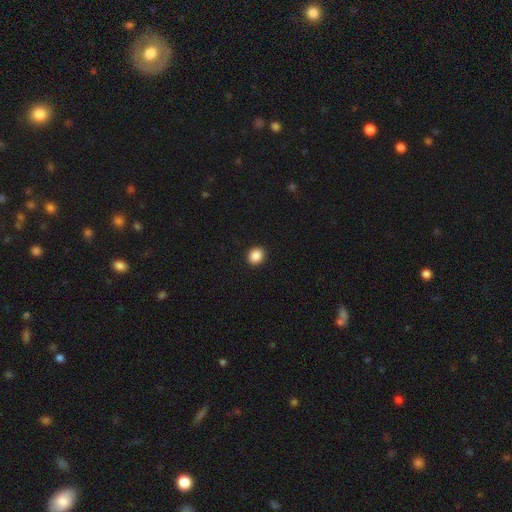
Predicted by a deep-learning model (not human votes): Q: Smooth or featured?
A: smooth (88%); runner-up: star or artifact (9%)
Q: How rounded?
A: round (80%); runner-up: in between (19%)
Q: Merging?
A: none (93%); runner-up: minor disturbance (4%)